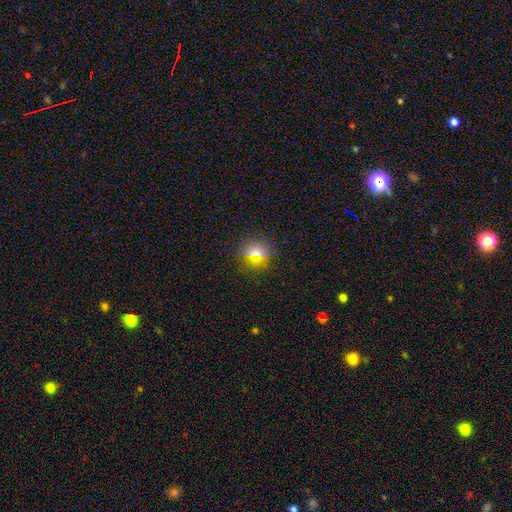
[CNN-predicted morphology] Overall: smooth (66%). How rounded: round (90%). Merging: none (89%).